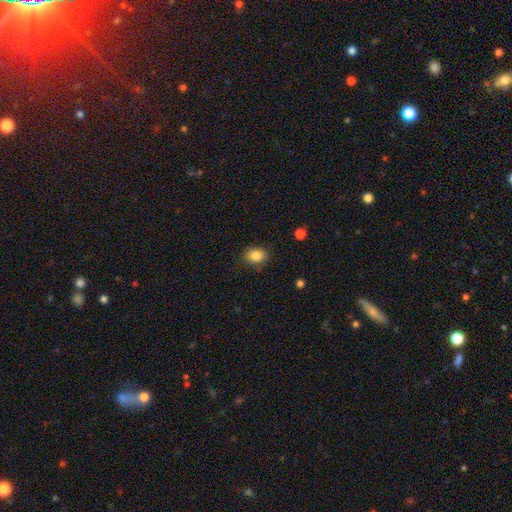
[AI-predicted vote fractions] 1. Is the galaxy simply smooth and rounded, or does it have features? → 85% smooth, 10% star or artifact, 5% featured or disk.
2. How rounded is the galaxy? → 56% in between, 43% round, 1% cigar-shaped.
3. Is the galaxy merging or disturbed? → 81% none, 14% minor disturbance, 3% major disturbance, 1% merger.